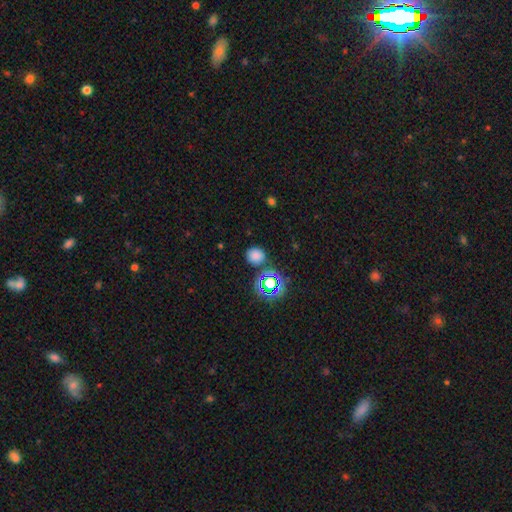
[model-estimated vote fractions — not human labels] Smooth or featured? smooth (73%)
How rounded? round (84%)
Merging? none (83%)